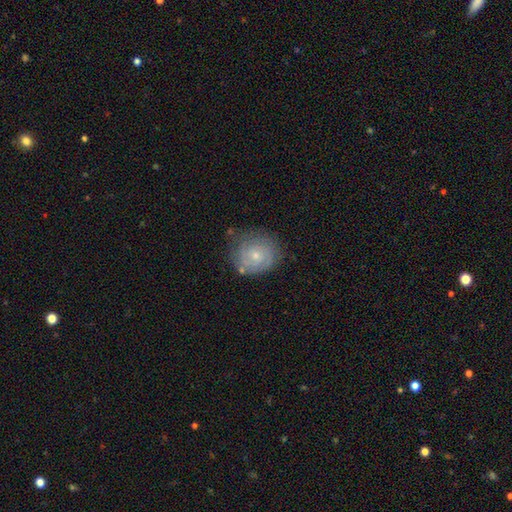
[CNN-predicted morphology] Smooth or featured? featured or disk (63%)
Edge-on disk? no (98%)
Bar? no (77%)
Spiral arms? yes (84%)
Spiral winding? tight (72%)
Spiral arm count? 2 (38%, tied with can't tell)
Bulge size? small (64%)
Merging? none (71%)